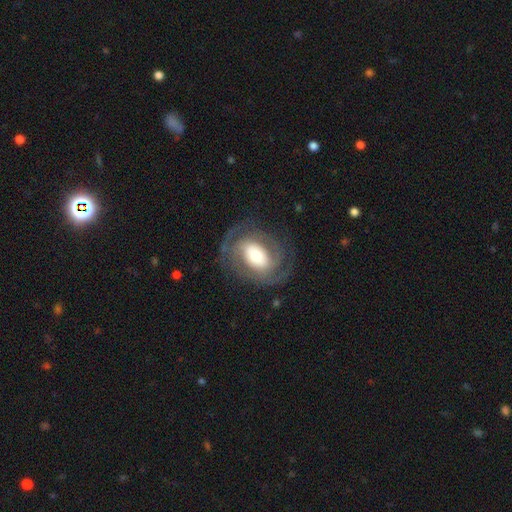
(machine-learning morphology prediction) Overall: featured or disk (77%). Edge-on disk: no (97%). Bar: no (51%; weak 30%). Spiral arms: yes (87%). Spiral arm count: 2 (61%). Spiral winding: tight (50%; medium 38%). Bulge size: moderate (51%; large 28%). Merging: none (76%).